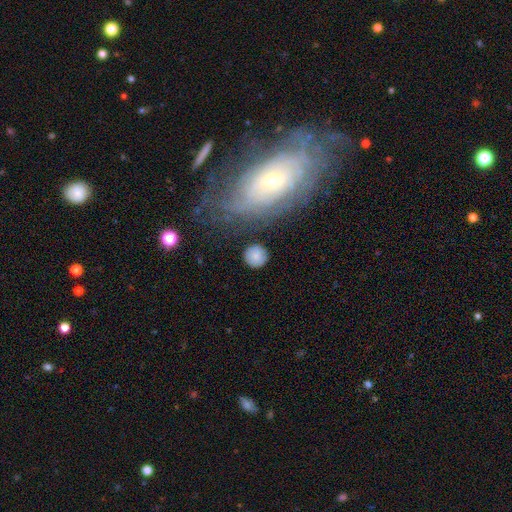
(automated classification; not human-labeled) This appears to be a smooth galaxy with no disk features (80%) that is round (93%). Merging: none (83%).